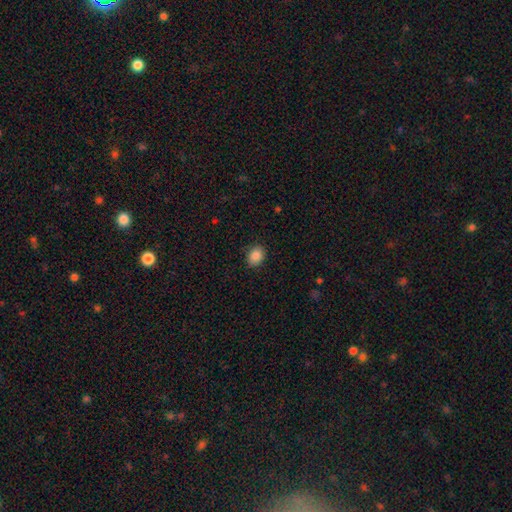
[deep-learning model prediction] Smooth or featured?
  - smooth: 88% *
  - star or artifact: 8%
  - featured or disk: 4%
How rounded?
  - in between: 59% *
  - round: 41%
  - cigar-shaped: 1%
Merging?
  - none: 86% *
  - minor disturbance: 10%
  - major disturbance: 3%
  - merger: 1%